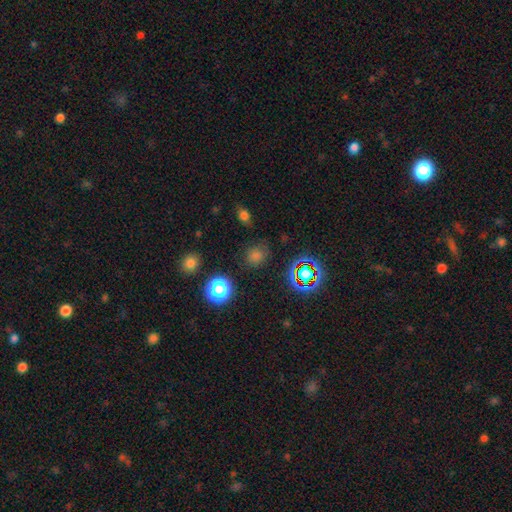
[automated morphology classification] smooth-or-featured: smooth: 58% | star or artifact: 35% | featured or disk: 7%
  how-rounded: round: 79% | in between: 20% | cigar-shaped: 1%
  merging: none: 81% | minor disturbance: 12% | major disturbance: 4% | merger: 3%